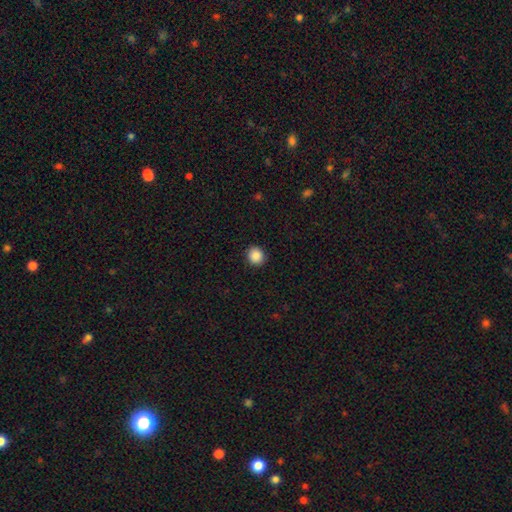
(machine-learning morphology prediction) A smooth galaxy with no disk features (88%) that is round (85%).

Vote fractions:
- Smooth or featured? smooth: 88% / star or artifact: 9% / featured or disk: 3%
- How rounded? round: 85% / in between: 14% / cigar-shaped: 1%
- Merging? none: 91% / minor disturbance: 6% / major disturbance: 2% / merger: 1%